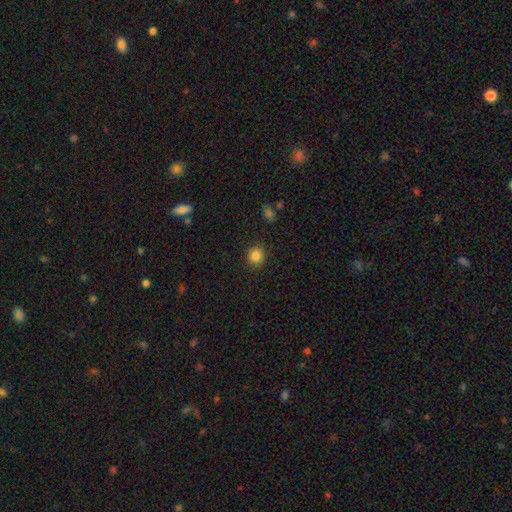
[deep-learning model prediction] smooth-or-featured: smooth: 84% | star or artifact: 11% | featured or disk: 5%
  how-rounded: round: 90% | in between: 9% | cigar-shaped: 1%
  merging: none: 90% | minor disturbance: 7% | major disturbance: 2% | merger: 1%